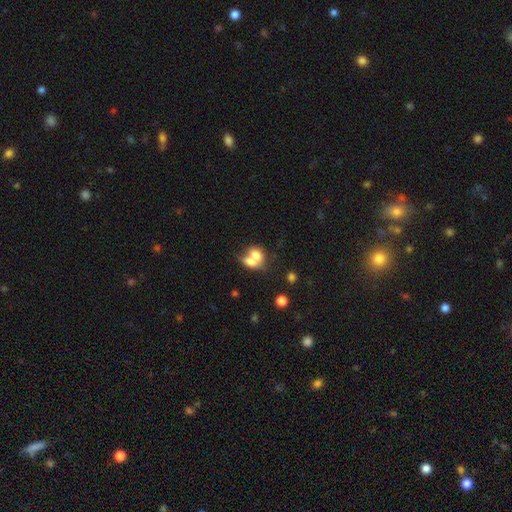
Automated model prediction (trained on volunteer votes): Smooth or featured? smooth (70%)
How rounded? in between (65%)
Merging? merger (70%)